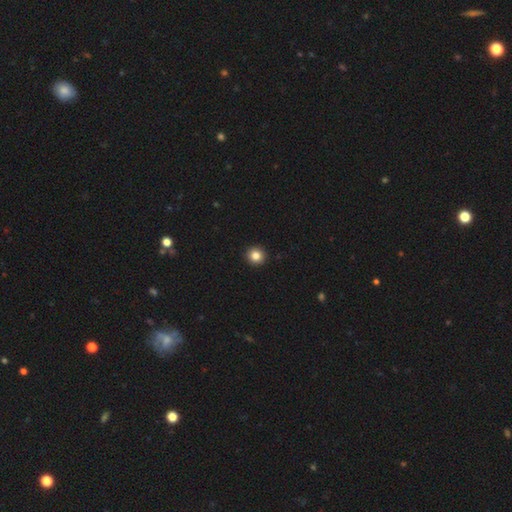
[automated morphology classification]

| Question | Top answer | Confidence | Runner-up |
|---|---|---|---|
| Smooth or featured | smooth | 84% | star or artifact (11%) |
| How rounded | round | 94% | in between (5%) |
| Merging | none | 94% | minor disturbance (4%) |